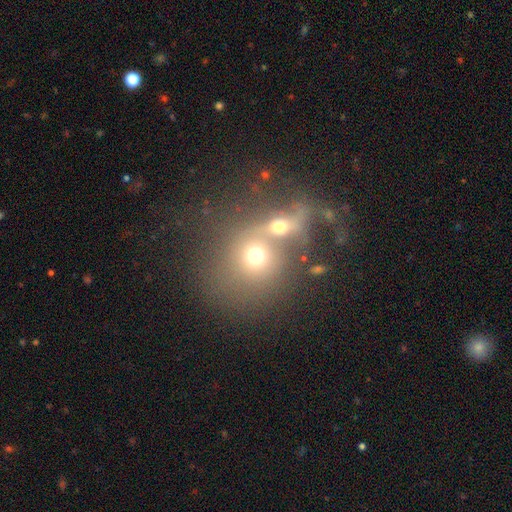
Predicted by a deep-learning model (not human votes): Smooth or featured: smooth — 67% (featured or disk — 19%)
How rounded: round — 74% (in between — 24%)
Merging: merger — 65% (none — 23%)